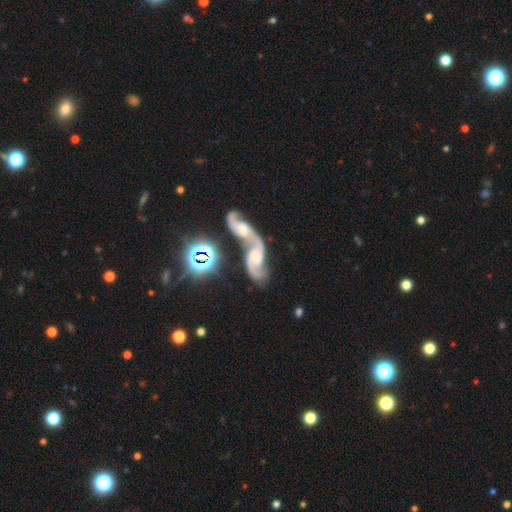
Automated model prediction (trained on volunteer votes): featured or disk 82%, star or artifact 10%, smooth 8%. Down the decision tree: edge-on disk — no (94%); bar — no (51%); spiral arms — yes (95%); spiral arm count — 2 (90%); spiral winding — loose (45%); bulge size — moderate (40%); merging — merger (60%).